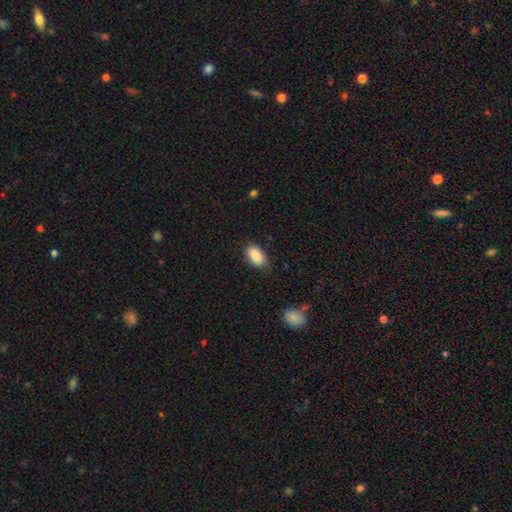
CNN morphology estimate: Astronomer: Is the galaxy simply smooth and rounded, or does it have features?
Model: smooth — 89%.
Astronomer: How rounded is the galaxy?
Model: in between — 92%.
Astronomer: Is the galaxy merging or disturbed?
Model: none — 81%.